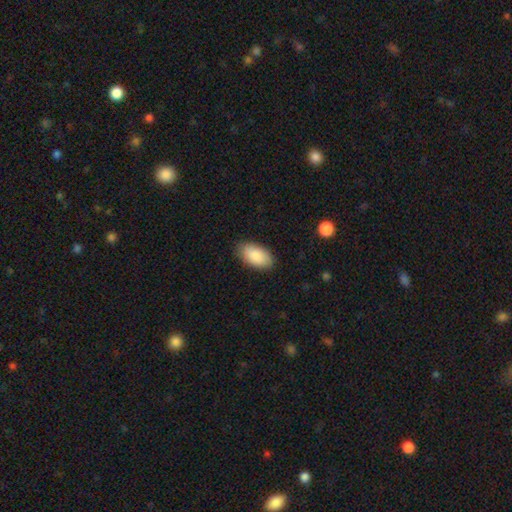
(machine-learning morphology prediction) Q: Smooth or featured?
A: smooth (89%); runner-up: star or artifact (6%)
Q: How rounded?
A: in between (95%); runner-up: round (3%)
Q: Merging?
A: none (84%); runner-up: minor disturbance (12%)